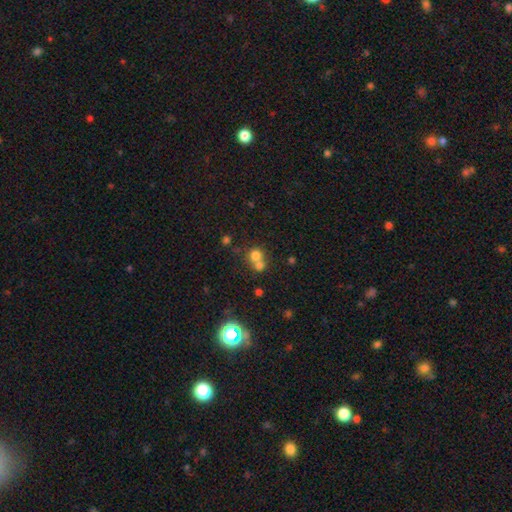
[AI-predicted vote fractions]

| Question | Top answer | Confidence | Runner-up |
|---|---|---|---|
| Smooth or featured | smooth | 71% | star or artifact (15%) |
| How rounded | round | 83% | in between (16%) |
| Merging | merger | 55% | none (37%) |